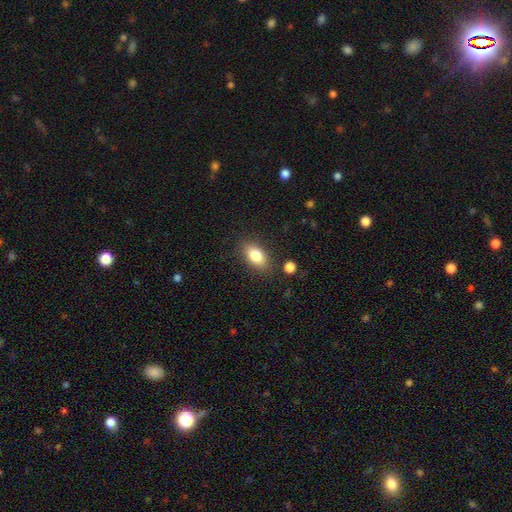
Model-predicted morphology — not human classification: Smooth or featured: smooth — 82% (featured or disk — 10%)
How rounded: in between — 87% (round — 9%)
Merging: none — 83% (minor disturbance — 11%)